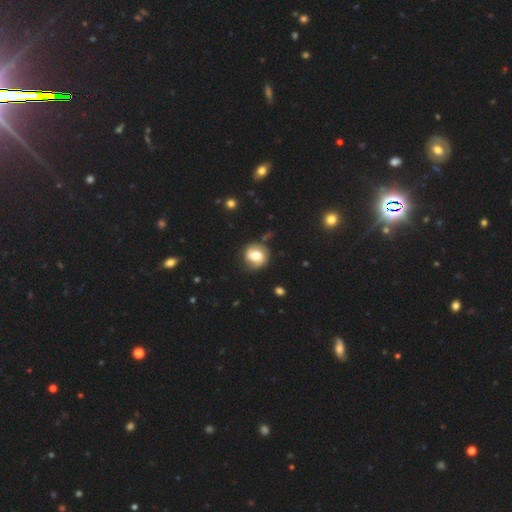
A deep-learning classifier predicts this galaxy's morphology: A featured or disk galaxy (50%). Merging: none (71%).